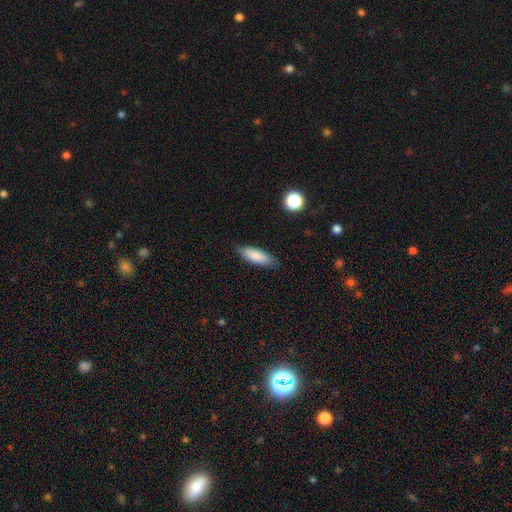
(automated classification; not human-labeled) Q: Smooth or featured?
A: smooth (83%); runner-up: featured or disk (10%)
Q: How rounded?
A: in between (59%); runner-up: cigar-shaped (39%)
Q: Merging?
A: none (81%); runner-up: minor disturbance (15%)